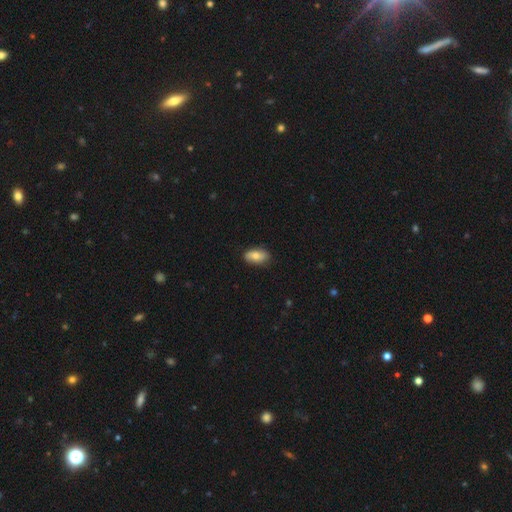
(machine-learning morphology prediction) A smooth galaxy with no disk features (74%) that is in between round and cigar-shaped (91%). Merging: none (80%).